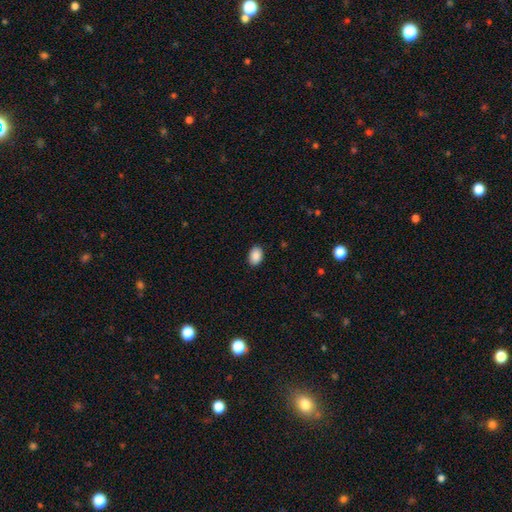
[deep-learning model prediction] smooth-or-featured: smooth: 89% | star or artifact: 7% | featured or disk: 3%
  how-rounded: in between: 81% | round: 18% | cigar-shaped: 1%
  merging: none: 88% | minor disturbance: 9% | major disturbance: 2% | merger: 1%